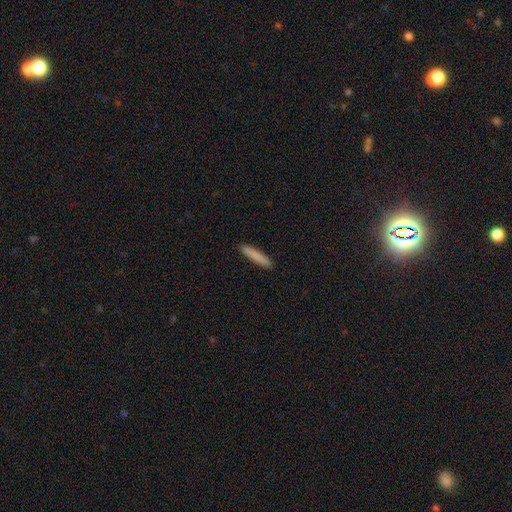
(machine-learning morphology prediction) This is clearly a smooth galaxy (83%). How rounded: clearly cigar-shaped (94%). Merging: clearly none (92%).